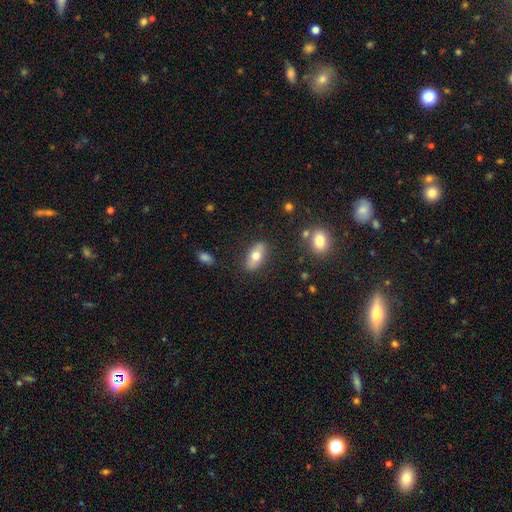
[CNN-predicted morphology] This appears to be a smooth galaxy with no disk features (66%) that is in between round and cigar-shaped (83%). Merging: none (85%).